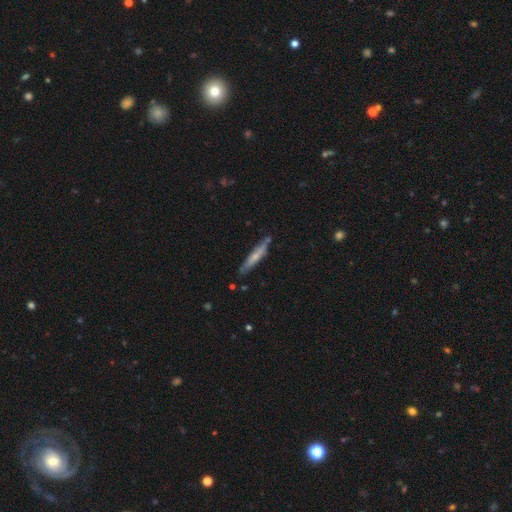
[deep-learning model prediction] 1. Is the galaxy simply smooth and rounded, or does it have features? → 58% smooth, 36% featured or disk, 6% star or artifact.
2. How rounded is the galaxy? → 92% cigar-shaped, 7% in between, 1% round.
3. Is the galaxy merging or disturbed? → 77% none, 16% minor disturbance, 5% merger, 3% major disturbance.